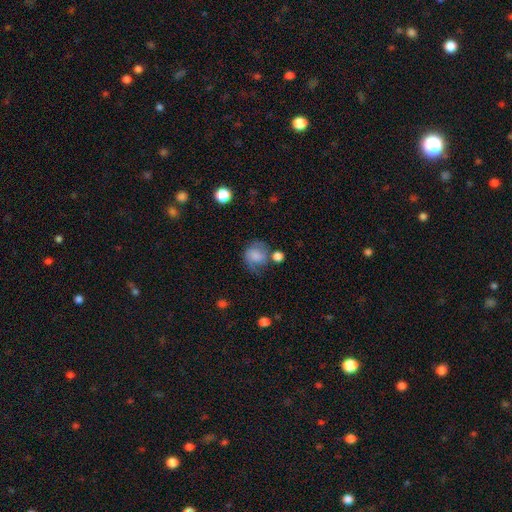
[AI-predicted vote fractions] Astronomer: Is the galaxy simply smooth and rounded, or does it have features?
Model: smooth — 62%.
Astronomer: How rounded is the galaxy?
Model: round — 69%.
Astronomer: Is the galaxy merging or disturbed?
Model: none — 45% (runner-up: minor disturbance, 26%).